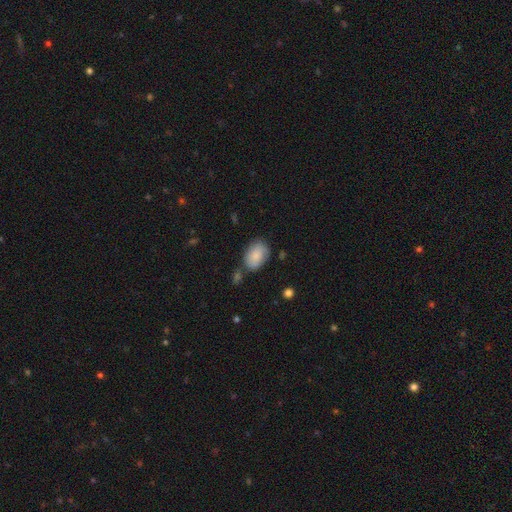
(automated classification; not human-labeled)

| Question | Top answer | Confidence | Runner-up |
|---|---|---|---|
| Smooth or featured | smooth | 85% | featured or disk (9%) |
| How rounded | in between | 86% | round (12%) |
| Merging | none | 66% | minor disturbance (21%) |